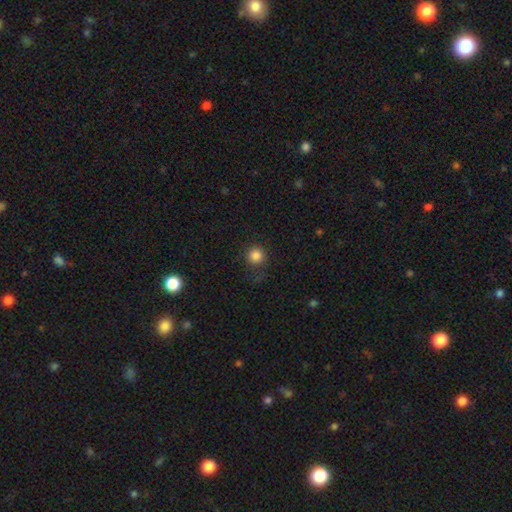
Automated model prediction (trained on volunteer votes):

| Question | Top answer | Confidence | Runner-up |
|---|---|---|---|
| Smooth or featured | smooth | 84% | star or artifact (12%) |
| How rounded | round | 94% | in between (5%) |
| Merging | none | 84% | minor disturbance (10%) |